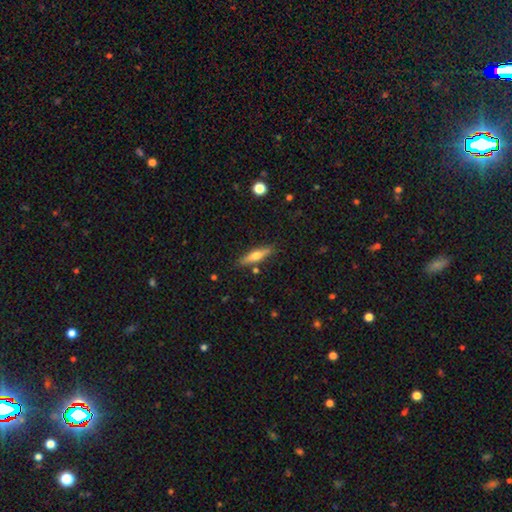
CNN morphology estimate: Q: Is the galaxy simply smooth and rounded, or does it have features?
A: smooth — 53%.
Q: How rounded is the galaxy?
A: cigar-shaped — 73%.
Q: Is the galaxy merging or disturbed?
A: none — 85%.